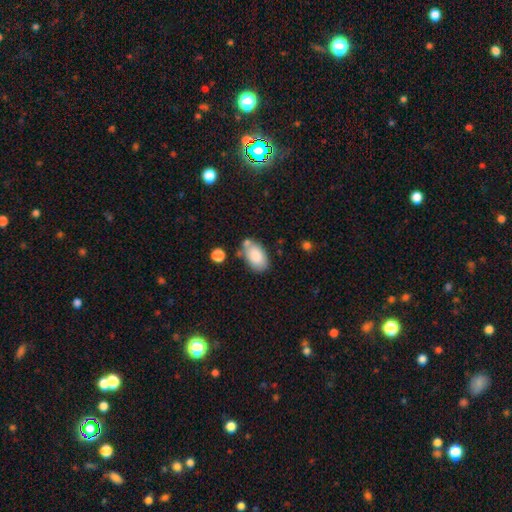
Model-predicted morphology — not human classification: Smooth or featured? Predicted: smooth (p=0.85). How rounded? Predicted: in between (p=0.93). Merging? Predicted: none (p=0.67).